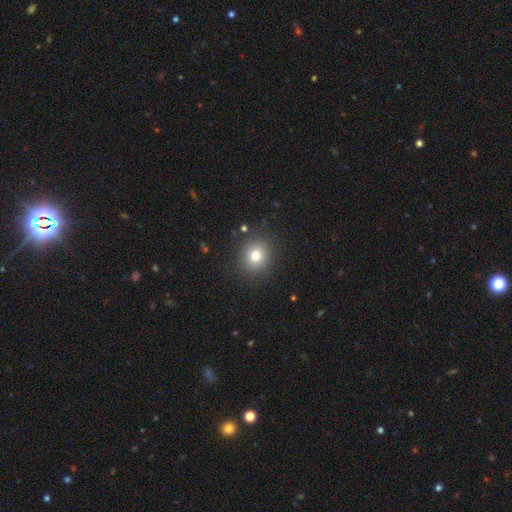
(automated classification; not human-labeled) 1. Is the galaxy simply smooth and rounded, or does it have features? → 78% smooth, 13% star or artifact, 9% featured or disk.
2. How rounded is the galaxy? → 80% round, 20% in between, 1% cigar-shaped.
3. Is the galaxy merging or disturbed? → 88% none, 8% minor disturbance, 3% major disturbance, 2% merger.